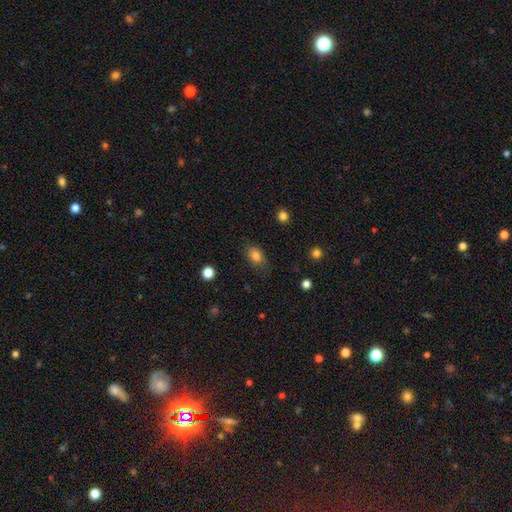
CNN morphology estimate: smooth 82%, star or artifact 10%, featured or disk 8%. Down the decision tree: how rounded — in between (75%); merging — none (75%).